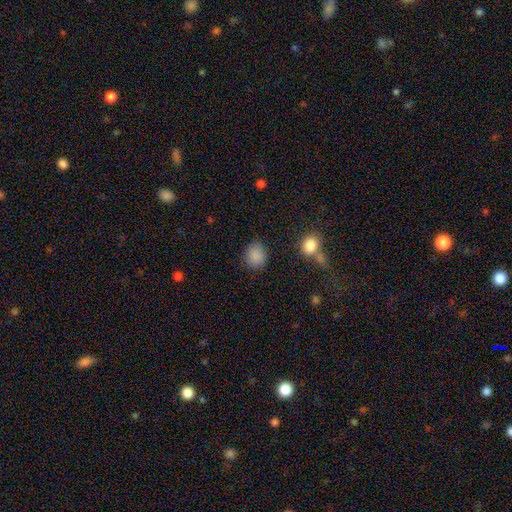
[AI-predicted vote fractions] Morphology: type=smooth (87%); roundness=round (71%); merging=none (85%).